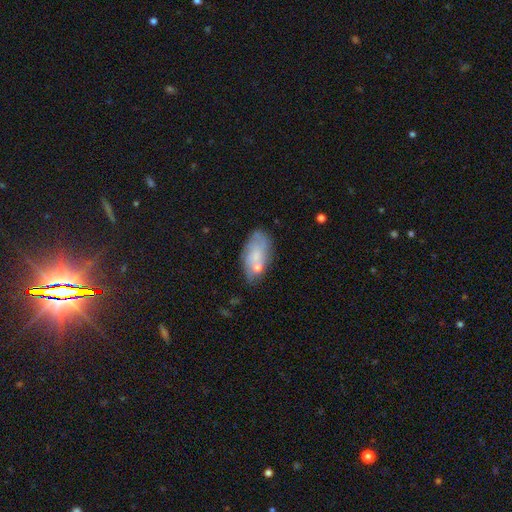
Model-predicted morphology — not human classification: Q: Smooth or featured?
A: smooth (48%); runner-up: featured or disk (43%)
Q: Merging?
A: none (52%); runner-up: minor disturbance (25%)